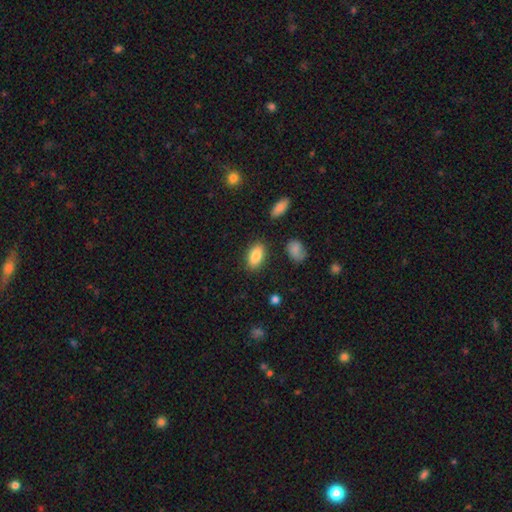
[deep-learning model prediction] Smooth or featured? smooth (85%)
How rounded? in between (91%)
Merging? none (84%)